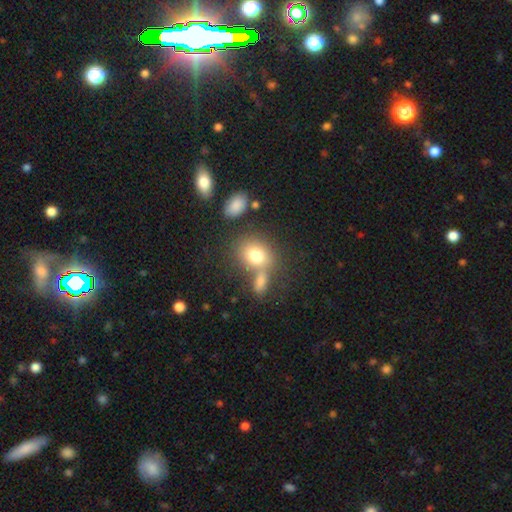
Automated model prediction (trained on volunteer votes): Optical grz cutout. It shows a smooth galaxy with no disk features (77%) that is round (55%). Merging: none (53%).